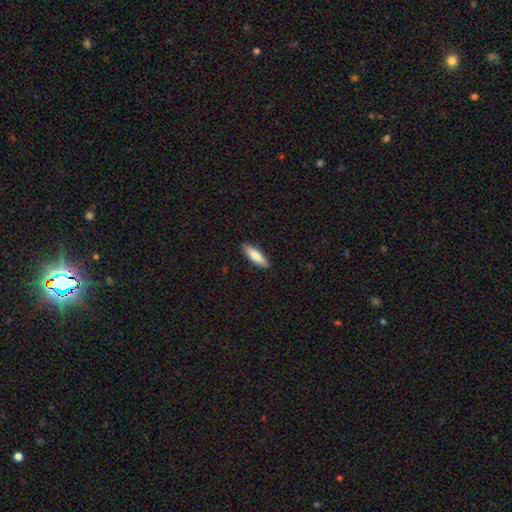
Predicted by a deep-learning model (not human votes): Q: Smooth or featured?
A: smooth (78%); runner-up: featured or disk (16%)
Q: How rounded?
A: cigar-shaped (62%); runner-up: in between (37%)
Q: Merging?
A: none (90%); runner-up: minor disturbance (7%)